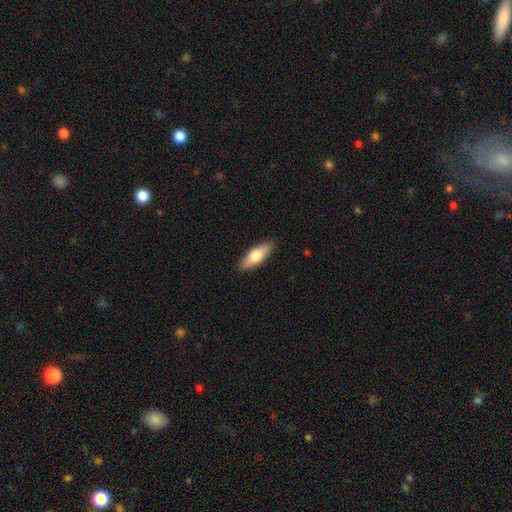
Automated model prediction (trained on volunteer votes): Q: Smooth or featured?
A: smooth (69%); runner-up: featured or disk (26%)
Q: How rounded?
A: in between (68%); runner-up: cigar-shaped (30%)
Q: Merging?
A: none (88%); runner-up: minor disturbance (9%)